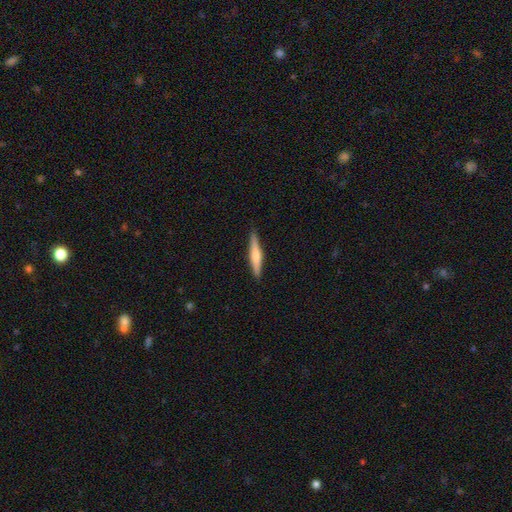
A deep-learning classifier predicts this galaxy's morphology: A smooth galaxy with no disk features (50%).

Vote fractions:
- Smooth or featured? smooth: 50% / featured or disk: 45% / star or artifact: 5%
- Merging? none: 90% / minor disturbance: 7% / major disturbance: 1% / merger: 1%